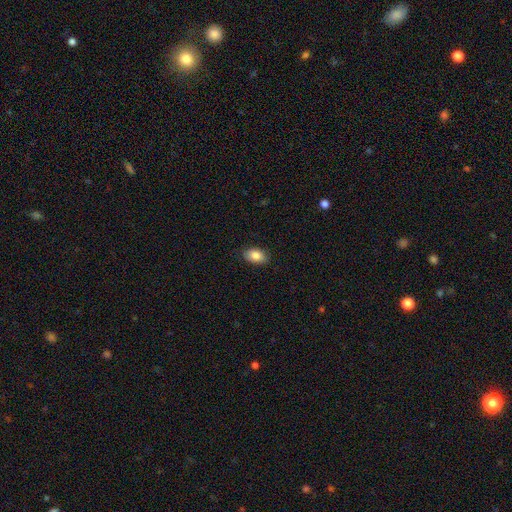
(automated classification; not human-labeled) Q: Smooth or featured?
A: smooth (86%); runner-up: star or artifact (7%)
Q: How rounded?
A: in between (90%); runner-up: round (8%)
Q: Merging?
A: none (86%); runner-up: minor disturbance (11%)